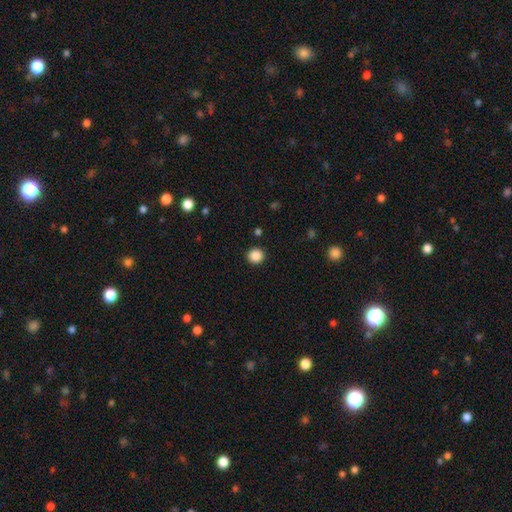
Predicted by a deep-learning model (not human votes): Smooth or featured: smooth — 87% (star or artifact — 10%)
How rounded: round — 93% (in between — 6%)
Merging: none — 92% (minor disturbance — 5%)